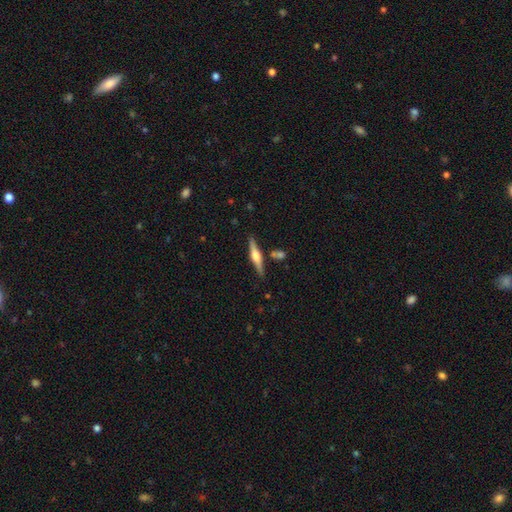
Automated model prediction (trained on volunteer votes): Morphology: type=featured or disk (70%); edge-on=yes (97%); edge-on bulge=rounded (87%); merging=none (83%).